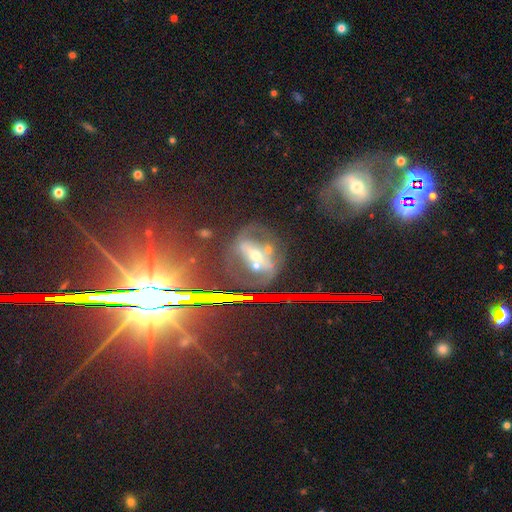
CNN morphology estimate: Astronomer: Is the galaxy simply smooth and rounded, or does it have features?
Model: featured or disk — 60%.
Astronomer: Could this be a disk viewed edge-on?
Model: no — 83%.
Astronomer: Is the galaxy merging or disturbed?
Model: none — 48%.